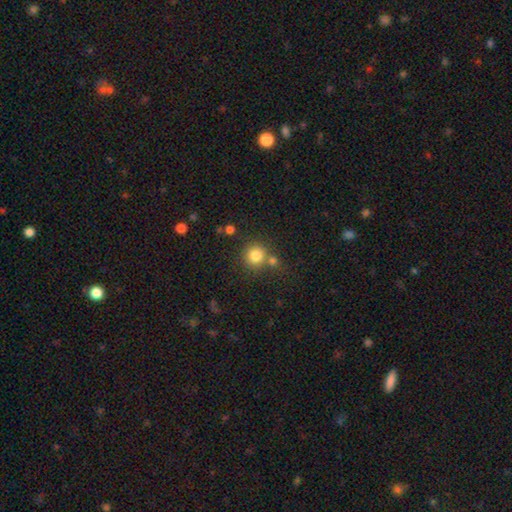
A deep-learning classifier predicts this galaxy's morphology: The model was most divided on "merging": none: 69%, merger: 19%, minor disturbance: 9%, major disturbance: 3%. More confident: how rounded — round (92%); smooth or featured — smooth (82%).